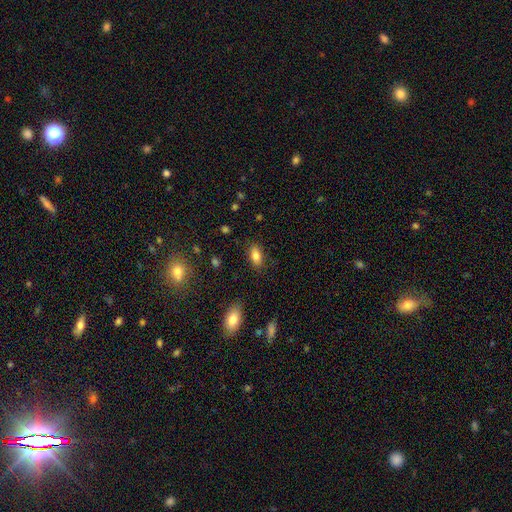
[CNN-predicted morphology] Smooth or featured?
  - smooth: 83% *
  - star or artifact: 9%
  - featured or disk: 8%
How rounded?
  - in between: 89% *
  - cigar-shaped: 7%
  - round: 4%
Merging?
  - none: 86% *
  - minor disturbance: 10%
  - major disturbance: 3%
  - merger: 2%